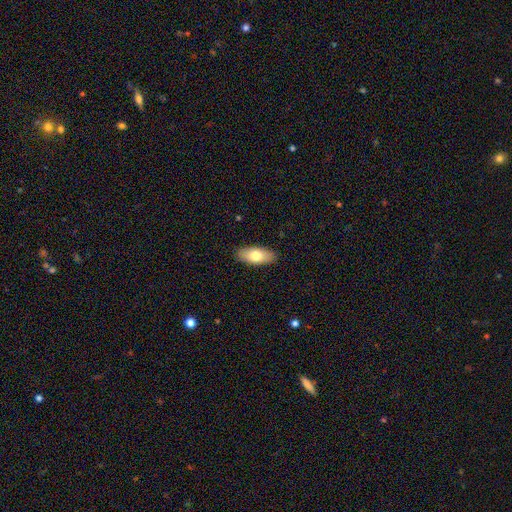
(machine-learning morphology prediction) Q: Smooth or featured?
A: smooth (76%); runner-up: featured or disk (18%)
Q: How rounded?
A: in between (86%); runner-up: cigar-shaped (11%)
Q: Merging?
A: none (89%); runner-up: minor disturbance (8%)